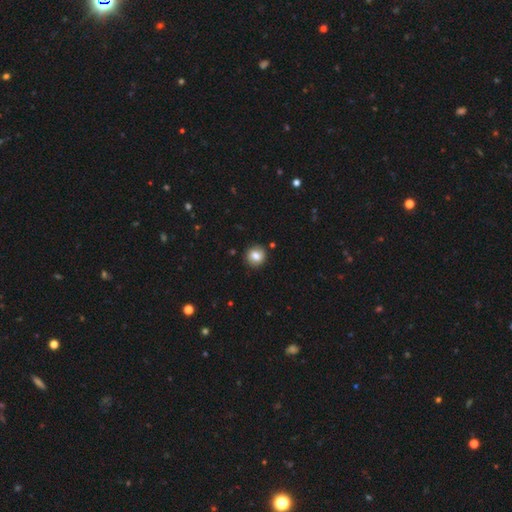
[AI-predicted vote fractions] Morphology: type=smooth (81%); roundness=round (92%); merging=none (90%).